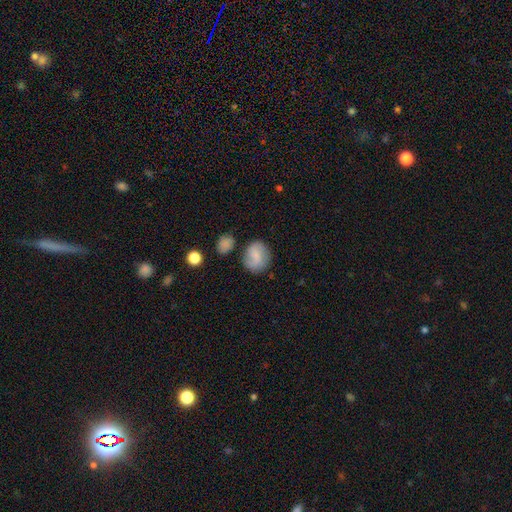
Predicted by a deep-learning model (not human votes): smooth_or_featured: smooth (p=0.56) [alt: featured or disk p=0.35]
how_rounded: round (p=0.58) [alt: in between p=0.41]
merging: none (p=0.67) [alt: minor disturbance p=0.19]